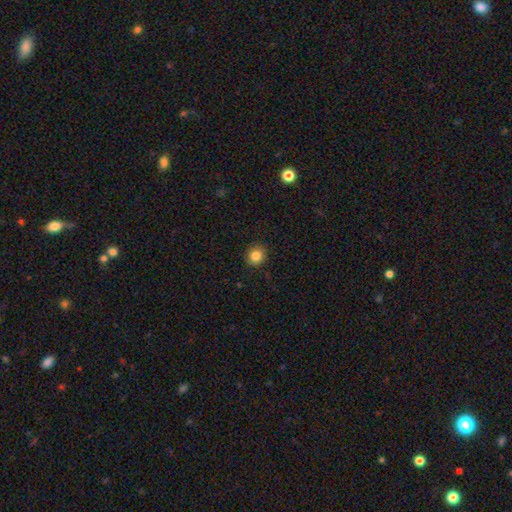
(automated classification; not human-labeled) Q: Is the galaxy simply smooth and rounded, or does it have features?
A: smooth — 84%.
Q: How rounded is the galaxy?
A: round — 86%.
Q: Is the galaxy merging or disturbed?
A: none — 90%.